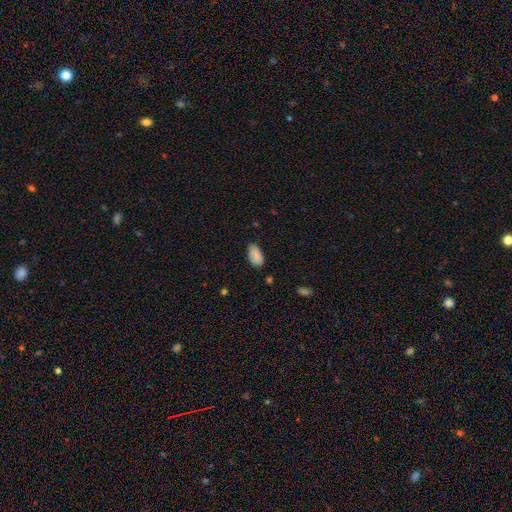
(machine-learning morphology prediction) Smooth or featured? smooth (87%)
How rounded? in between (94%)
Merging? none (70%)